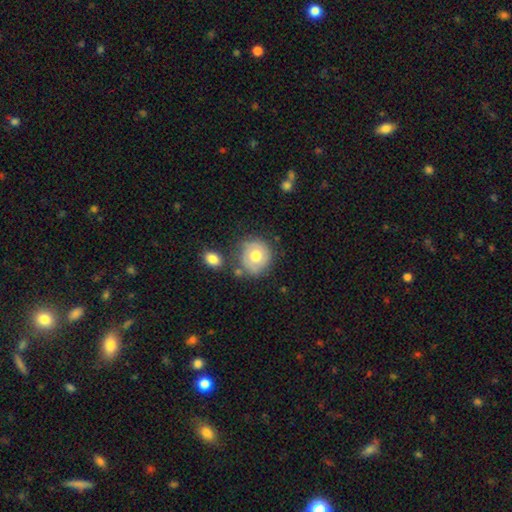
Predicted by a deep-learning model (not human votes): Overall: smooth (62%; featured or disk 31%). How rounded: round (85%). Merging: none (65%).